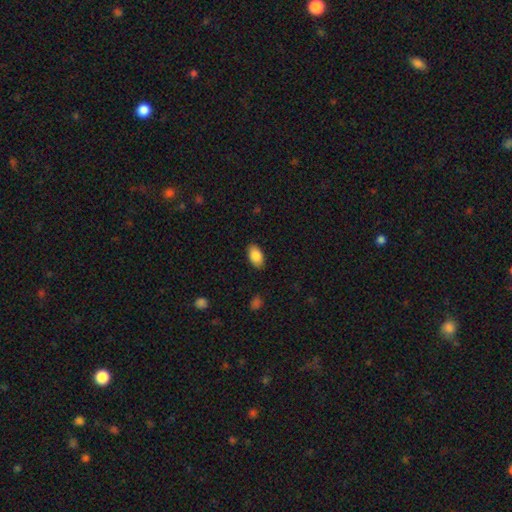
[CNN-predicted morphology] Smooth or featured? Predicted: smooth (p=0.88). How rounded? Predicted: in between (p=0.93). Merging? Predicted: none (p=0.87).